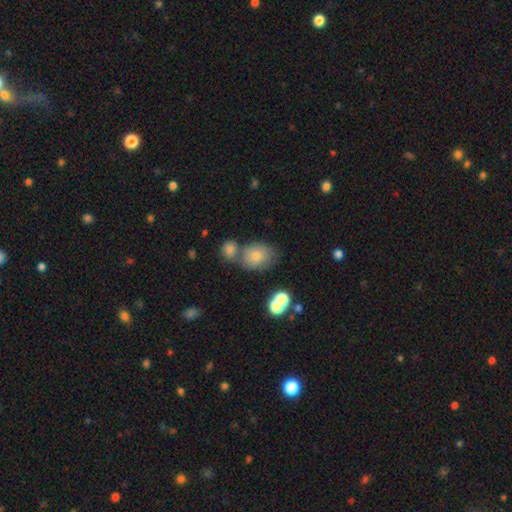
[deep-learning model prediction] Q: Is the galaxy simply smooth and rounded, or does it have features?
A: smooth — 73%.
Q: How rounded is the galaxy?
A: in between — 56%.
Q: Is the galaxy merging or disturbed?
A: none — 47%.